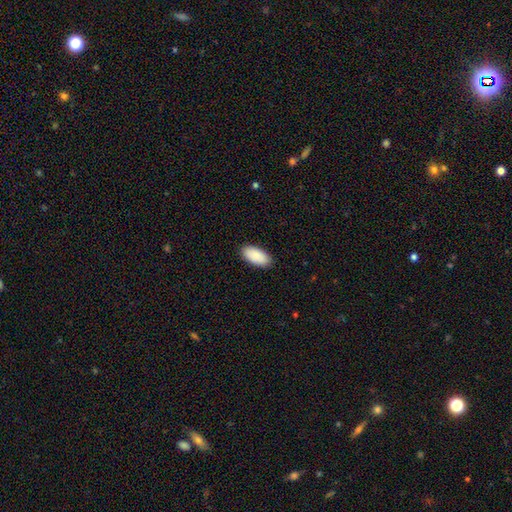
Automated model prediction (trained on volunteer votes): This is clearly a smooth galaxy (89%). How rounded: clearly in between (94%). Merging: clearly none (89%).